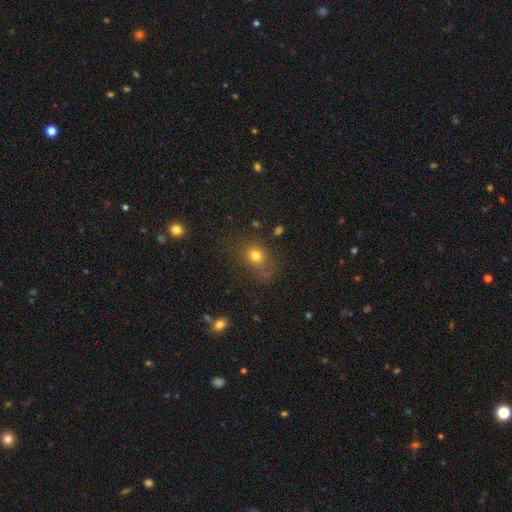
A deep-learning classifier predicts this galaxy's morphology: Smooth or featured? smooth (74%)
How rounded? round (60%)
Merging? none (65%)